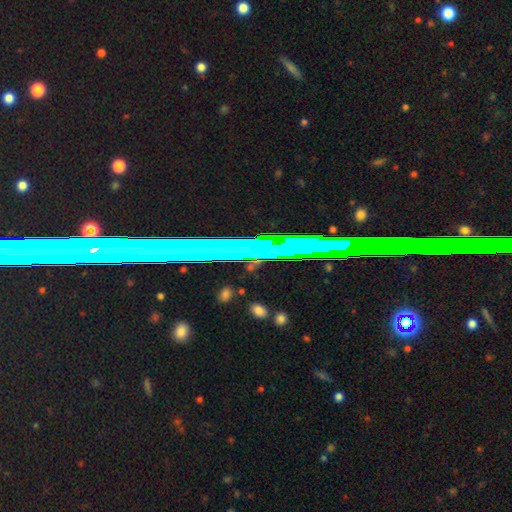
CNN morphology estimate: type=star or artifact (40%).